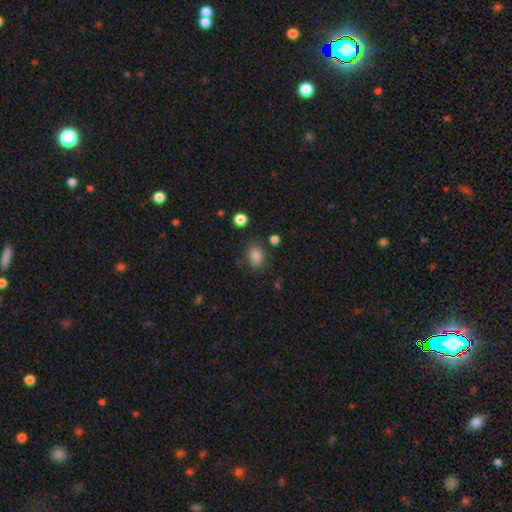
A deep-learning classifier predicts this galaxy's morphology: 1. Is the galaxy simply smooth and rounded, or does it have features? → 83% smooth, 12% star or artifact, 5% featured or disk.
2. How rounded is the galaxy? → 64% in between, 35% round, 1% cigar-shaped.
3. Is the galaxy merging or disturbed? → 77% none, 14% minor disturbance, 5% major disturbance, 4% merger.